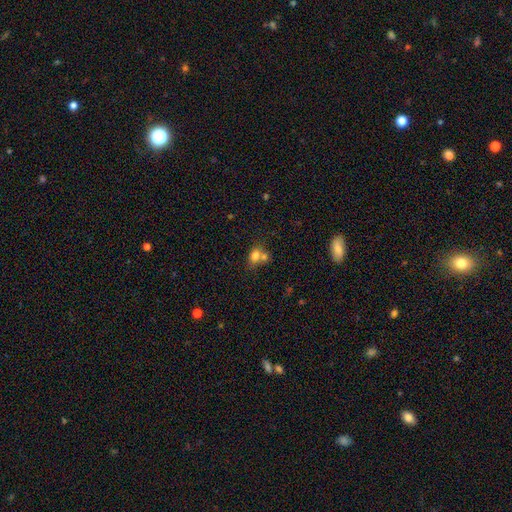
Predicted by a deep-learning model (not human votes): smooth_or_featured: smooth (p=0.75) [alt: featured or disk p=0.13]
how_rounded: round (p=0.49) [tied with: in between p=0.49]
merging: merger (p=0.49) [alt: none p=0.37]